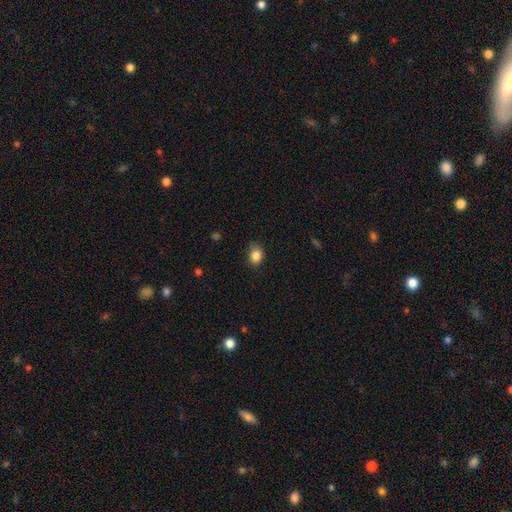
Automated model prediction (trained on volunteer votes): Overall: smooth (85%). How rounded: in between (51%; round 48%). Merging: none (74%).